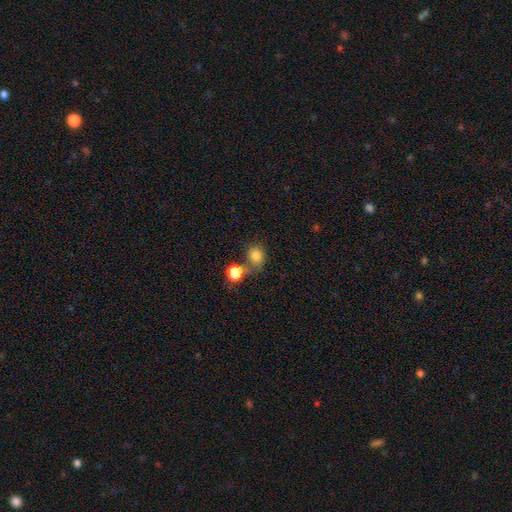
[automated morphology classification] This appears to be a smooth galaxy with no disk features (81%) that is round (71%). Merging: none (55%).